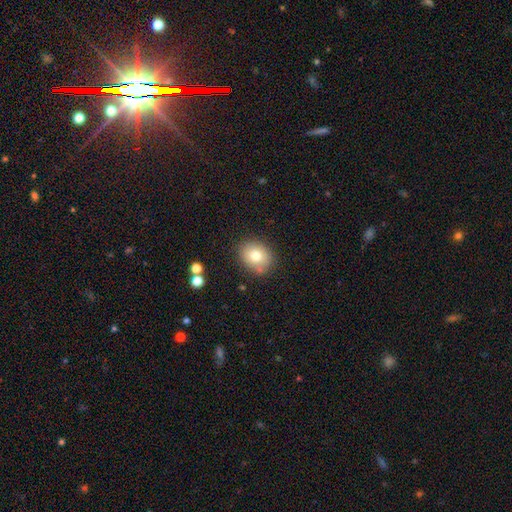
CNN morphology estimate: This is likely a smooth galaxy (78%). How rounded: possibly round (55%). Merging: clearly none (80%).